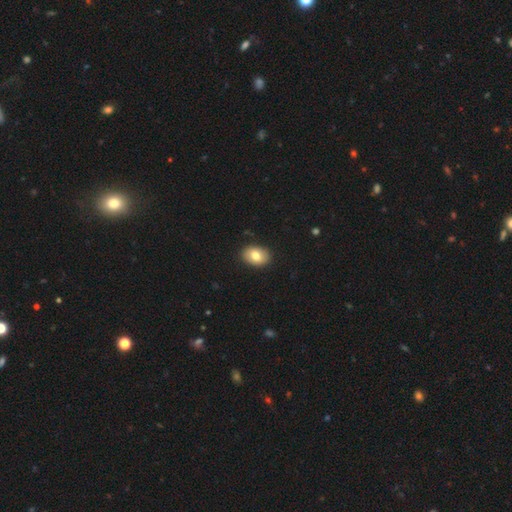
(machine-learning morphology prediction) Q: Smooth or featured?
A: smooth (78%); runner-up: featured or disk (14%)
Q: How rounded?
A: in between (76%); runner-up: round (23%)
Q: Merging?
A: none (89%); runner-up: minor disturbance (8%)